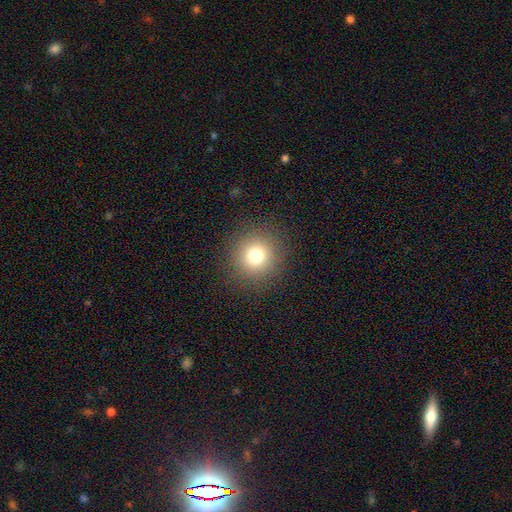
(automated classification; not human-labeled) Q: Smooth or featured?
A: smooth (76%); runner-up: star or artifact (15%)
Q: How rounded?
A: round (93%); runner-up: in between (6%)
Q: Merging?
A: none (90%); runner-up: minor disturbance (6%)